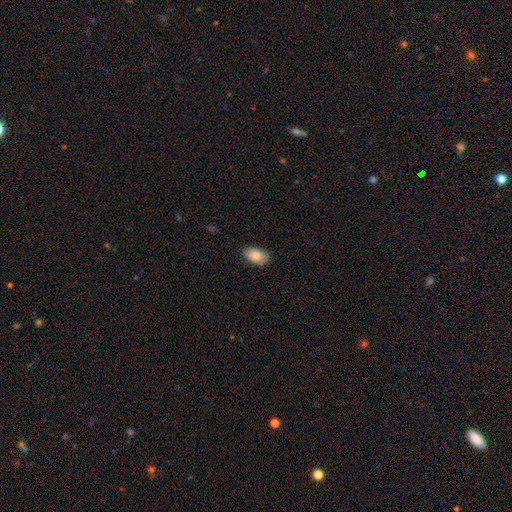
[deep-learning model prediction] Smooth or featured? Predicted: smooth (p=0.84). How rounded? Predicted: in between (p=0.92). Merging? Predicted: none (p=0.80).